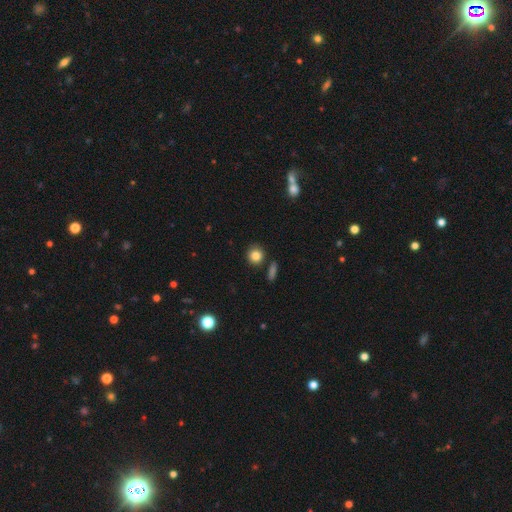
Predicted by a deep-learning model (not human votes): smooth-or-featured: smooth: 85% | star or artifact: 9% | featured or disk: 6%
  how-rounded: round: 87% | in between: 12% | cigar-shaped: 1%
  merging: none: 81% | minor disturbance: 11% | merger: 5% | major disturbance: 3%